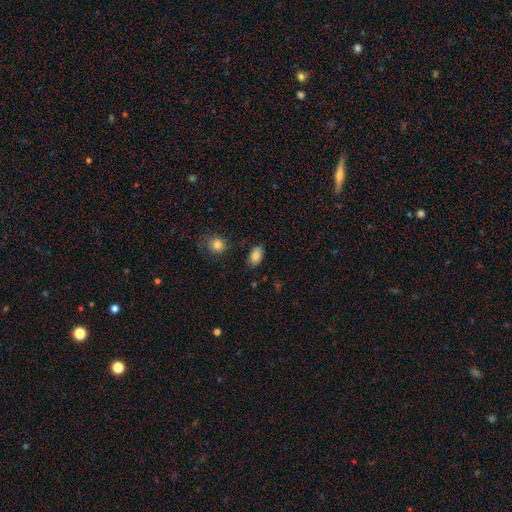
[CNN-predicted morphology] Overall: smooth (81%). How rounded: in between (89%). Merging: none (83%).